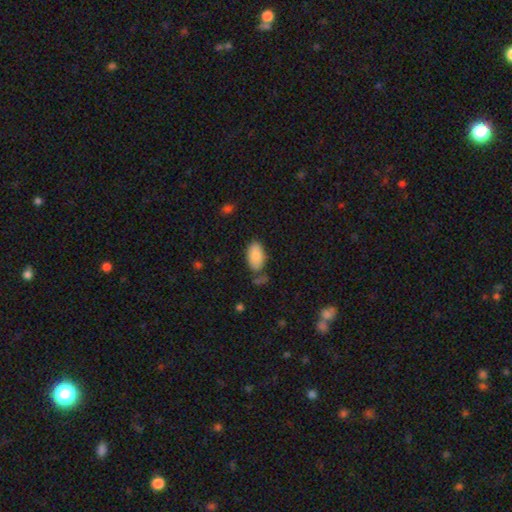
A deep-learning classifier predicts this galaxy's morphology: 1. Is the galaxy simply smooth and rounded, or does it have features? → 86% smooth, 8% featured or disk, 7% star or artifact.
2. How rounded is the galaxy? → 95% in between, 3% round, 2% cigar-shaped.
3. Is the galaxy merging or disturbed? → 69% none, 18% minor disturbance, 7% merger, 5% major disturbance.